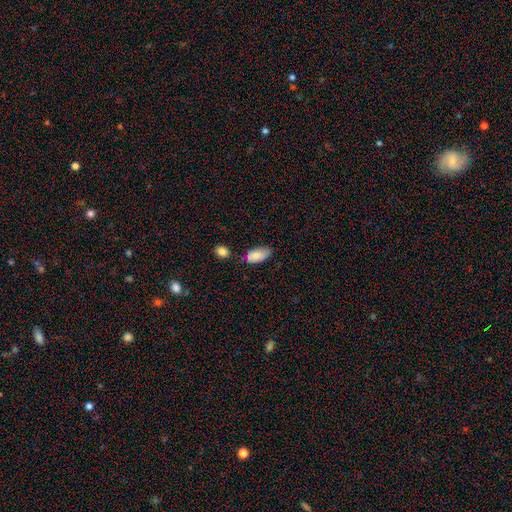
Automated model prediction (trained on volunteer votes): Smooth or featured: smooth — 82% (featured or disk — 11%)
How rounded: in between — 93% (cigar-shaped — 4%)
Merging: none — 61% (minor disturbance — 27%)